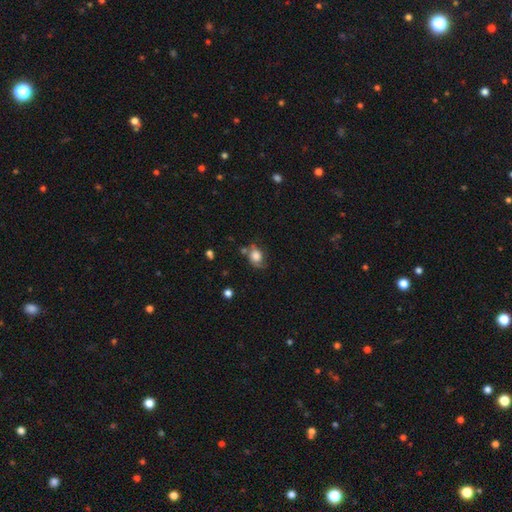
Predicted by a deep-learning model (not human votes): A smooth galaxy with no disk features (77%) that is in between round and cigar-shaped (53%). Merging: none (49%).